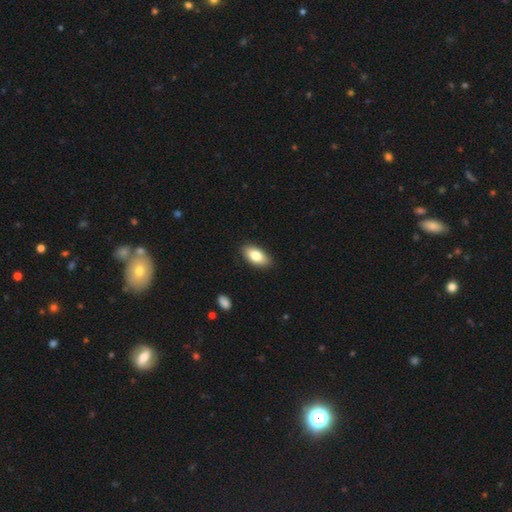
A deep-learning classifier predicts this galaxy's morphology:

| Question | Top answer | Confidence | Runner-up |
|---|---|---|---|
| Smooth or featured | smooth | 81% | featured or disk (12%) |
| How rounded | in between | 92% | cigar-shaped (5%) |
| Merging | none | 88% | minor disturbance (9%) |